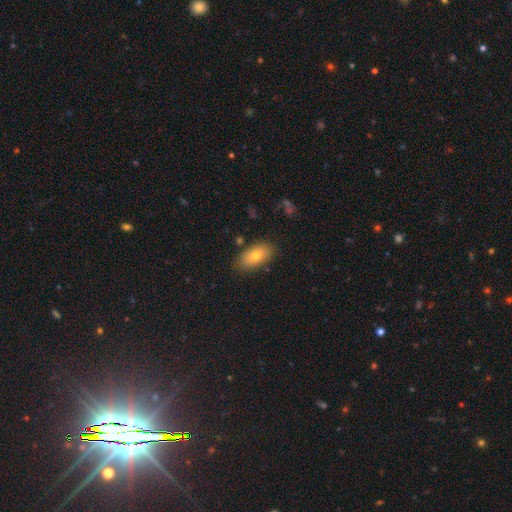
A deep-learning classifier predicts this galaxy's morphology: smooth_or_featured: smooth (p=0.73) [alt: featured or disk p=0.19]
how_rounded: in between (p=0.91) [alt: round p=0.05]
merging: none (p=0.82) [alt: minor disturbance p=0.13]